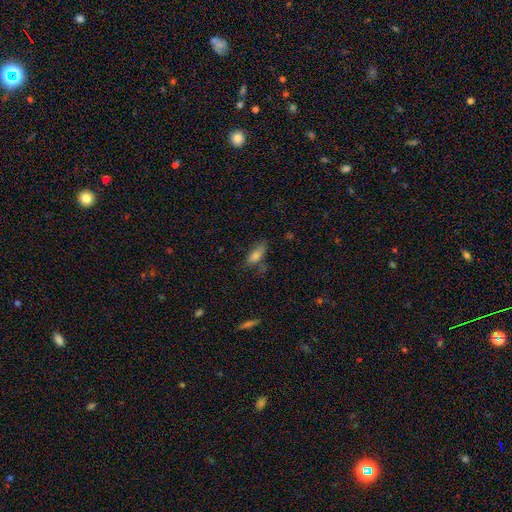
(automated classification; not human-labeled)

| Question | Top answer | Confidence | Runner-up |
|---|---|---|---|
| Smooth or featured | smooth | 76% | featured or disk (14%) |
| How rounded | in between | 75% | cigar-shaped (22%) |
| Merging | none | 57% | minor disturbance (26%) |